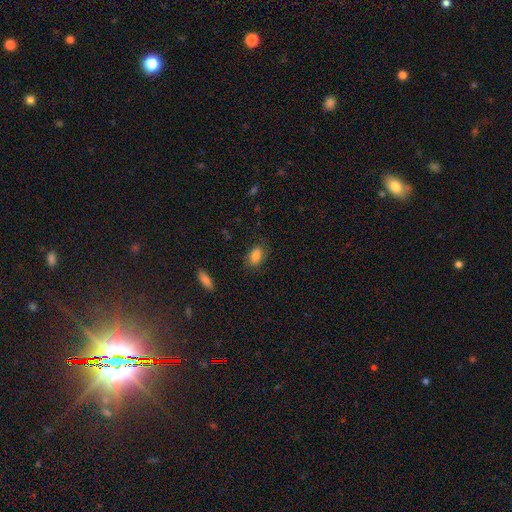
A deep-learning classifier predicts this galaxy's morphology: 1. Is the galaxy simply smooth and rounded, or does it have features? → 81% smooth, 10% featured or disk, 9% star or artifact.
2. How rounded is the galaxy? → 85% in between, 12% round, 3% cigar-shaped.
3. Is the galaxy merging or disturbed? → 77% none, 17% minor disturbance, 5% major disturbance, 1% merger.